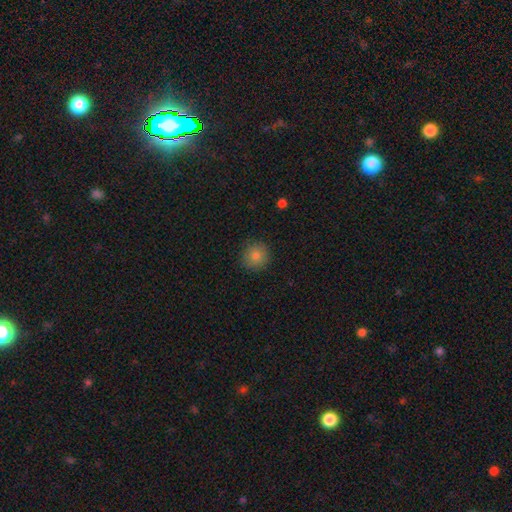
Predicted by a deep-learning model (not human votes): smooth 81%, star or artifact 11%, featured or disk 8%. Down the decision tree: how rounded — round (93%); merging — none (89%).